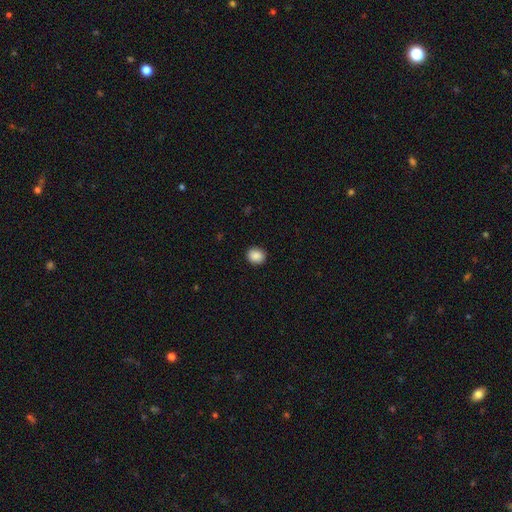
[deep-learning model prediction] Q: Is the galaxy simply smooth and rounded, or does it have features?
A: smooth — 89%.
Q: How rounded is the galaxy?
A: round — 74%.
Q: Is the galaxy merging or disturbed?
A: none — 91%.